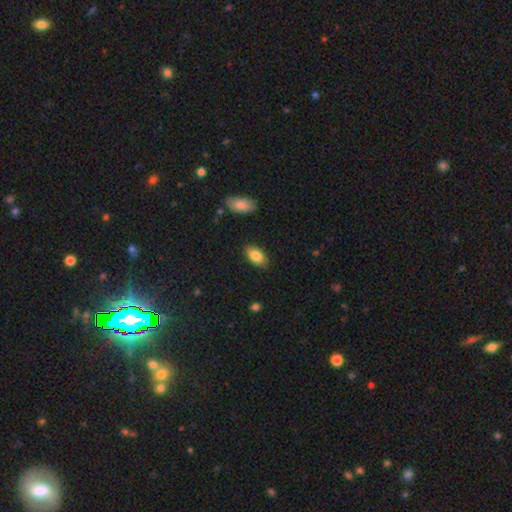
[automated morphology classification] smooth_or_featured: smooth (p=0.85) [alt: featured or disk p=0.09]
how_rounded: in between (p=0.93) [alt: round p=0.04]
merging: none (p=0.86) [alt: minor disturbance p=0.10]